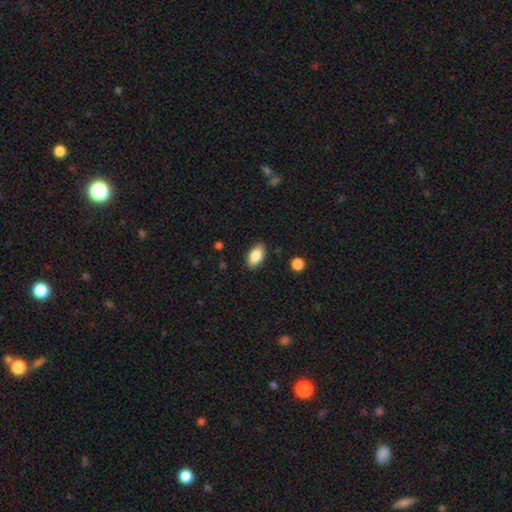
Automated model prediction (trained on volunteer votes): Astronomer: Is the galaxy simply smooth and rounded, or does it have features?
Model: smooth — 84%.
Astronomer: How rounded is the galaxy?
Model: in between — 92%.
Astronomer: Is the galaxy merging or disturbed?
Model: none — 87%.